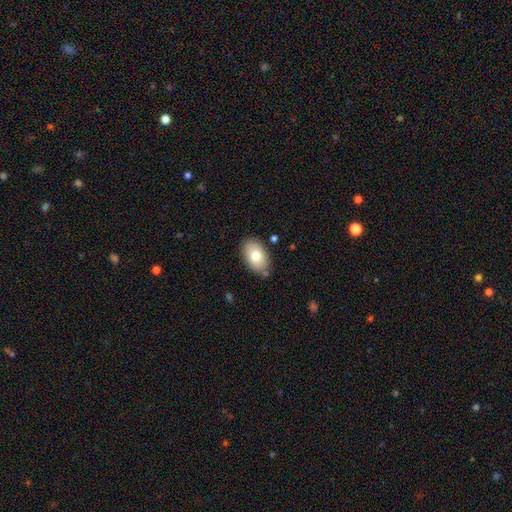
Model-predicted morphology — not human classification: Smooth or featured: smooth — 78% (featured or disk — 15%)
How rounded: in between — 90% (round — 9%)
Merging: none — 82% (minor disturbance — 13%)